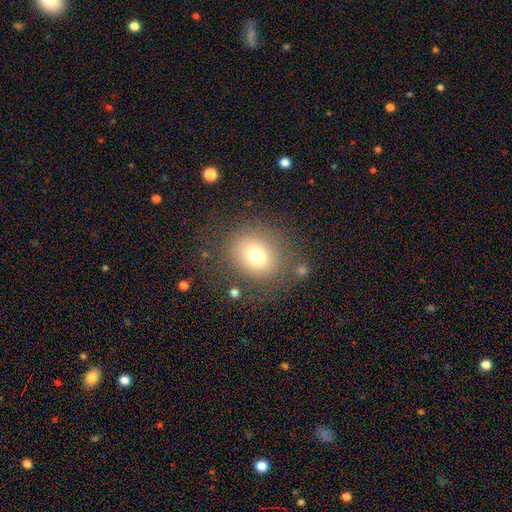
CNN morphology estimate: A smooth galaxy with no disk features (73%) that is round (74%). Merging: none (77%).